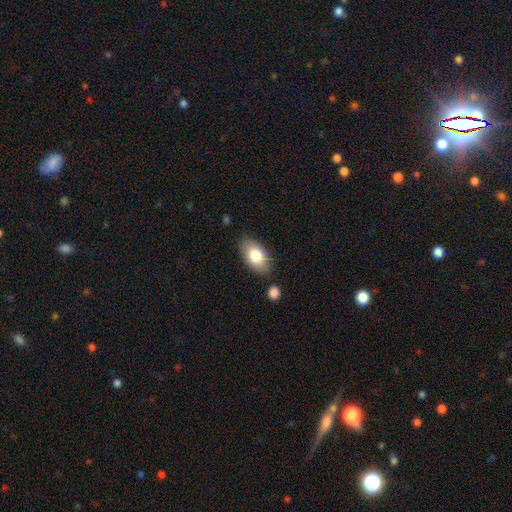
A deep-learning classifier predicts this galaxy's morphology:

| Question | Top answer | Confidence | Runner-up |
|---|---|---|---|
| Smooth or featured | smooth | 79% | featured or disk (15%) |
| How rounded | in between | 92% | round (6%) |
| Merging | none | 81% | minor disturbance (13%) |